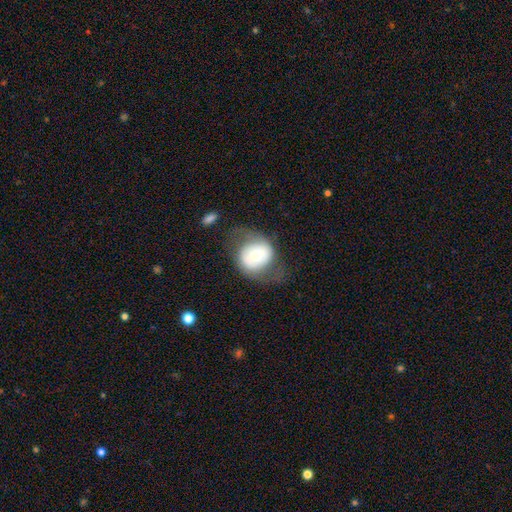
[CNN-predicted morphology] Smooth or featured?
  - smooth: 47% *
  - featured or disk: 45%
  - star or artifact: 7%
Merging?
  - none: 58% *
  - minor disturbance: 20%
  - major disturbance: 20%
  - merger: 2%